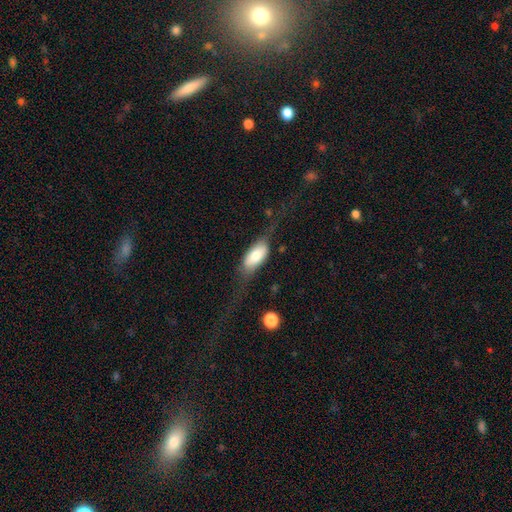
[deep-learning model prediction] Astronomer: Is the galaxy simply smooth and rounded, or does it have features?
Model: smooth — 63%.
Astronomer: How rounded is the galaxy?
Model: in between — 86%.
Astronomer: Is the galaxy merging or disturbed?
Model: none — 43% (runner-up: major disturbance, 31%).